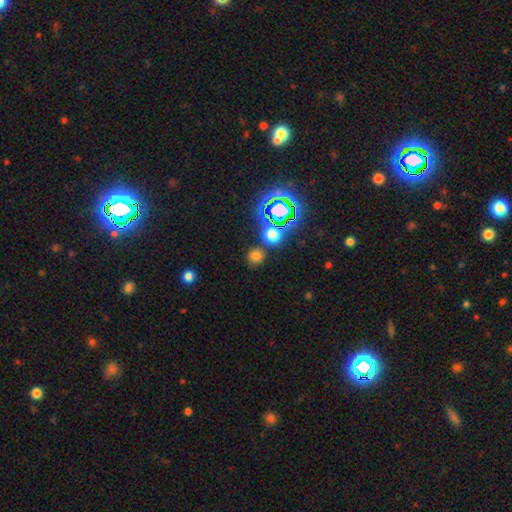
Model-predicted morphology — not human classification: This appears to be a smooth galaxy with no disk features (66%) that is round (85%). Merging: none (77%).